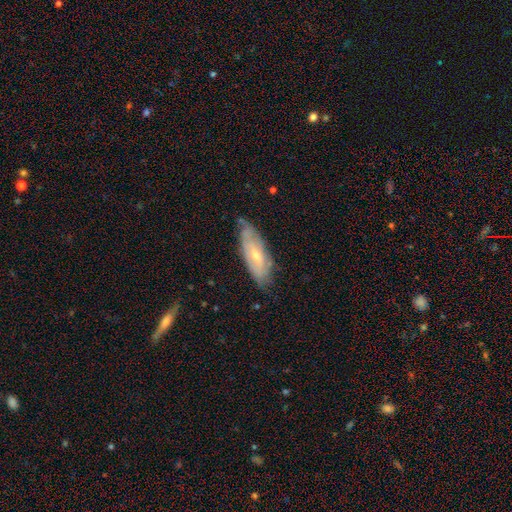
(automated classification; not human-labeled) featured or disk 59%, smooth 34%, star or artifact 7%. Down the decision tree: edge-on disk — no (77%); merging — none (66%).